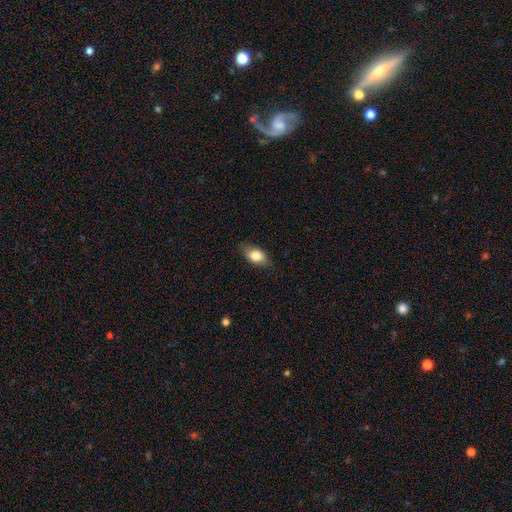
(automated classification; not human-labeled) This is likely a smooth galaxy (77%). How rounded: clearly in between (85%). Merging: clearly none (81%).